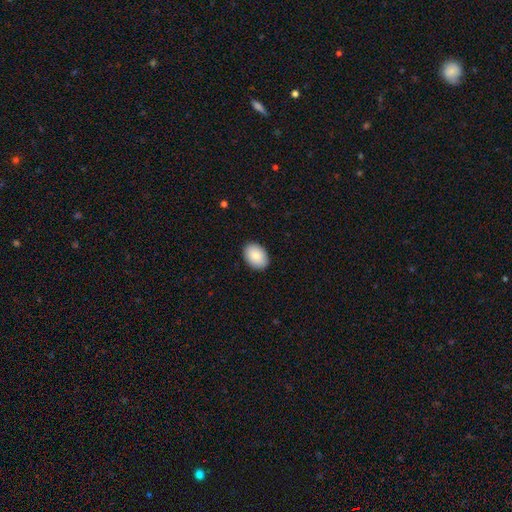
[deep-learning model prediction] smooth_or_featured: smooth (p=0.86) [alt: featured or disk p=0.07]
how_rounded: in between (p=0.84) [alt: round p=0.15]
merging: none (p=0.89) [alt: minor disturbance p=0.08]